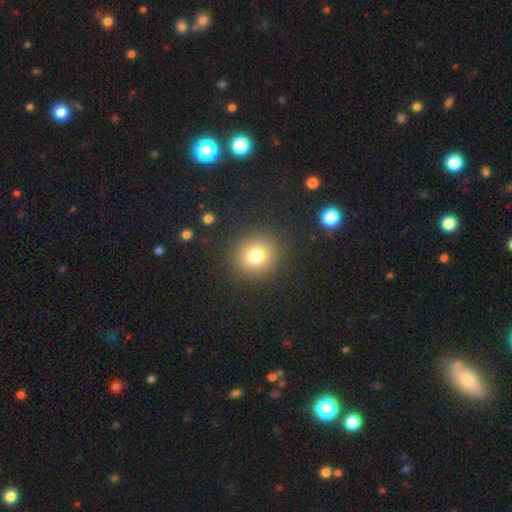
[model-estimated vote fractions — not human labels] This is likely a smooth galaxy (76%). How rounded: clearly round (91%). Merging: clearly none (89%).